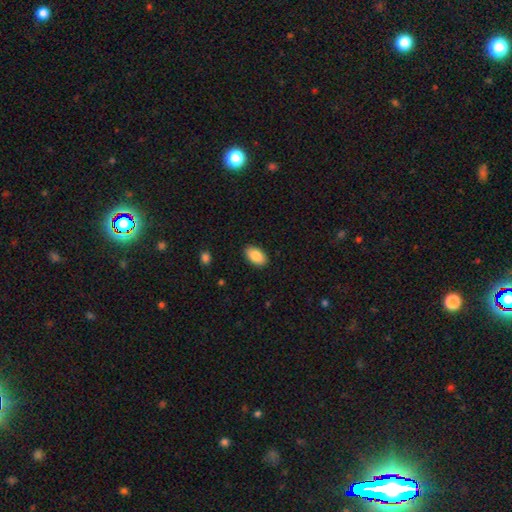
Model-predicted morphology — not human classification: smooth-or-featured: smooth: 88% | star or artifact: 7% | featured or disk: 5%
  how-rounded: in between: 94% | round: 5% | cigar-shaped: 1%
  merging: none: 89% | minor disturbance: 8% | major disturbance: 2% | merger: 1%